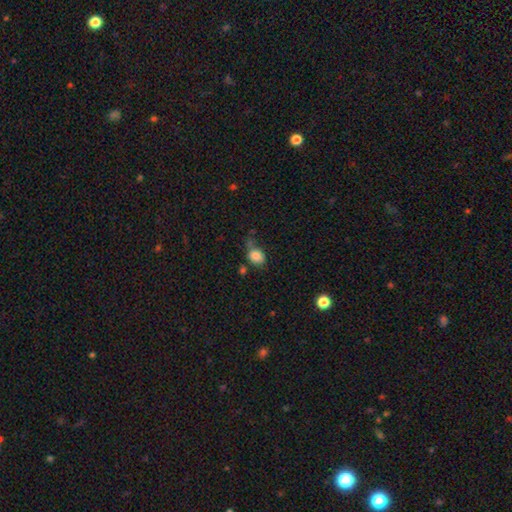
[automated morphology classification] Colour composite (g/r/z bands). It shows a smooth galaxy with no disk features (84%) that is in between round and cigar-shaped (55%). Merging: none (49%).